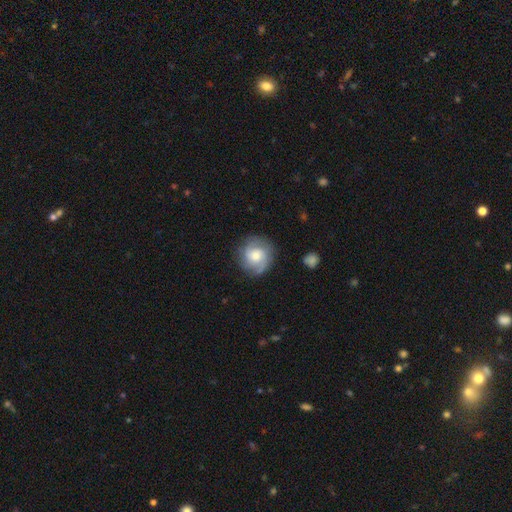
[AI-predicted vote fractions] Overall: featured or disk (50%; smooth 42%). Edge-on disk: no (97%). Merging: none (76%).